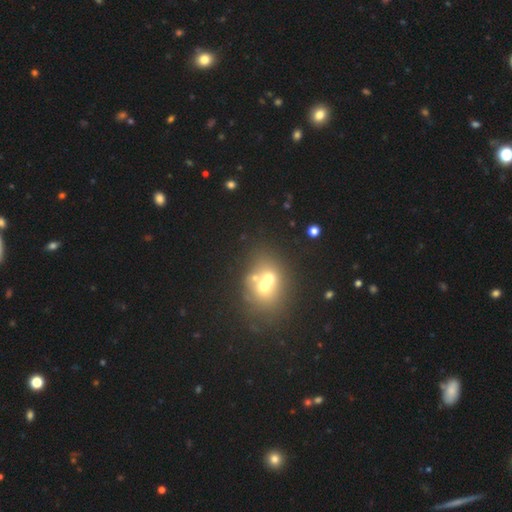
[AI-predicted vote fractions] Q: Smooth or featured?
A: smooth (47%); runner-up: featured or disk (27%)
Q: Merging?
A: merger (52%); runner-up: none (35%)